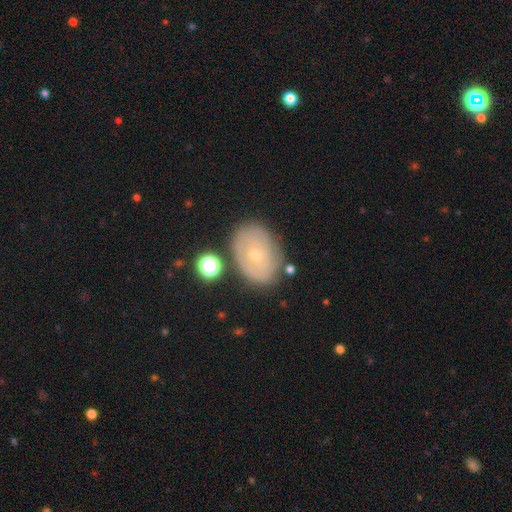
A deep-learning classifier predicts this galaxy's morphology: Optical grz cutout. It shows a featured or disk galaxy (57%) with no bar (86%), spiral arms (53%) and a small central bulge (75%). Merging: none (76%).